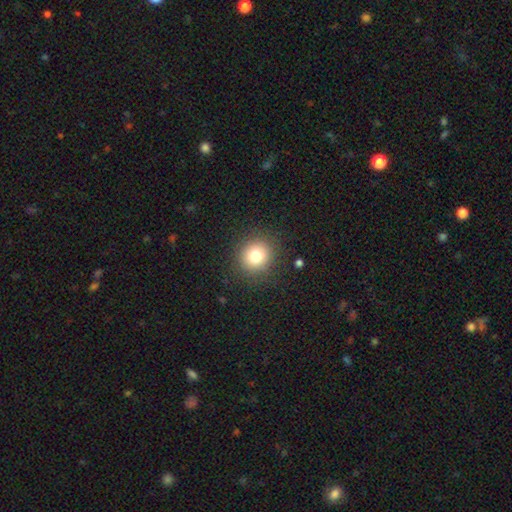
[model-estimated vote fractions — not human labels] Smooth or featured? Predicted: smooth (p=0.79). How rounded? Predicted: round (p=0.89). Merging? Predicted: none (p=0.89).